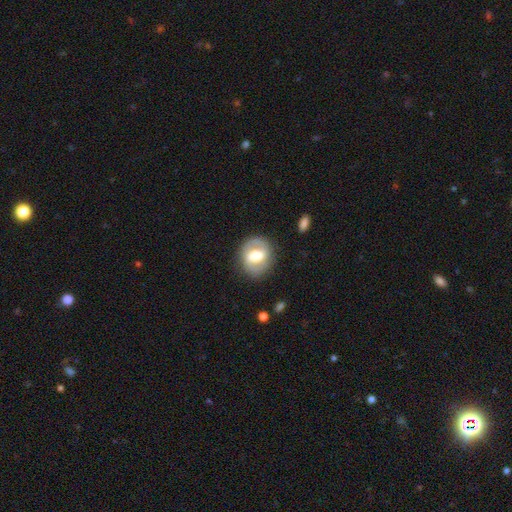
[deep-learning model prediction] Morphology: type=featured or disk (64%); edge-on=no (97%); bar=weak (44%); spiral arms=yes (70%); bulge=moderate (52%); merging=none (81%).